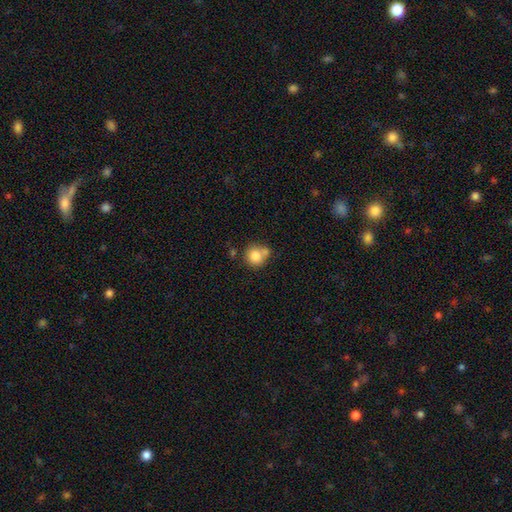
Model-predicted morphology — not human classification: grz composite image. It shows a smooth galaxy with no disk features (82%) that is round (87%). Merging: none (51%).